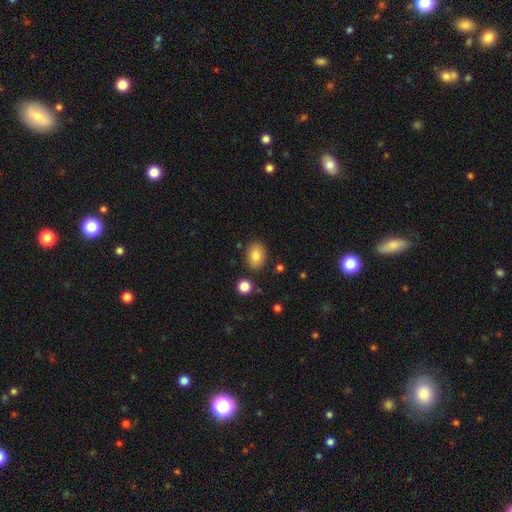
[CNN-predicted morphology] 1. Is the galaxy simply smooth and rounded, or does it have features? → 85% smooth, 9% star or artifact, 7% featured or disk.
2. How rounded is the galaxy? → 74% in between, 25% round, 1% cigar-shaped.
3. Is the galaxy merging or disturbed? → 85% none, 10% minor disturbance, 3% merger, 3% major disturbance.